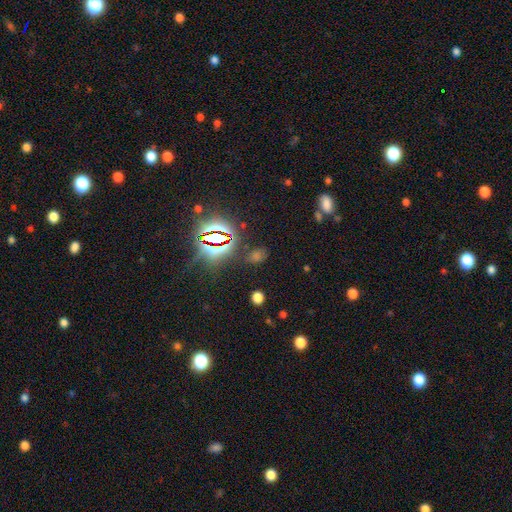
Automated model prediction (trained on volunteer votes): Morphology: type=star or artifact (66%).